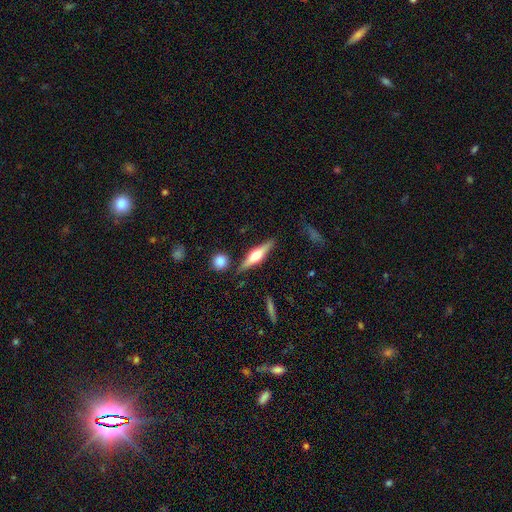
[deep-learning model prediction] Overall: featured or disk (66%; smooth 28%). Edge-on disk: yes (97%). Edge-on bulge: rounded (91%). Merging: none (85%).